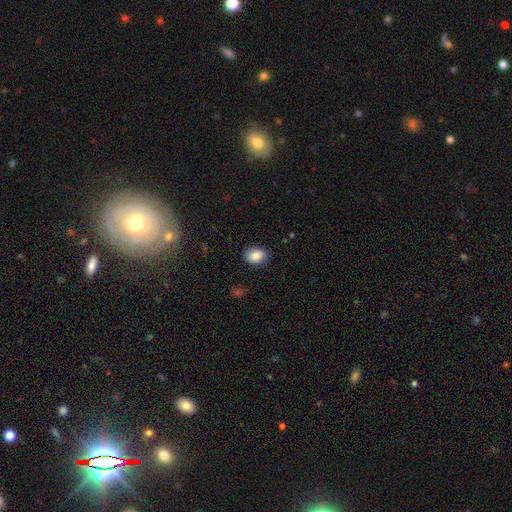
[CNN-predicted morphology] A smooth galaxy with no disk features (83%) that is in between round and cigar-shaped (69%).

Vote fractions:
- Smooth or featured? smooth: 83% / star or artifact: 8% / featured or disk: 8%
- How rounded? in between: 69% / round: 30% / cigar-shaped: 1%
- Merging? none: 79% / minor disturbance: 16% / major disturbance: 4% / merger: 1%